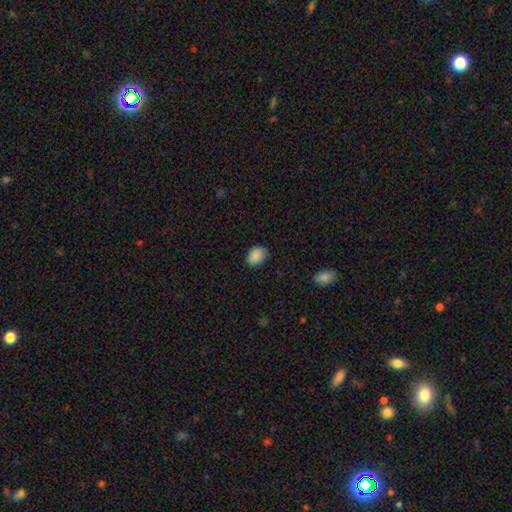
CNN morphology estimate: Q: Smooth or featured?
A: smooth (88%); runner-up: star or artifact (8%)
Q: How rounded?
A: in between (71%); runner-up: round (28%)
Q: Merging?
A: none (79%); runner-up: minor disturbance (17%)